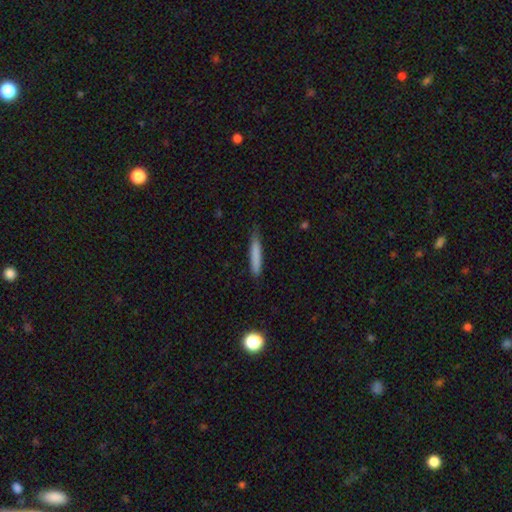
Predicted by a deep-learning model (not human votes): Morphology: type=smooth (79%); roundness=cigar-shaped (93%); merging=none (78%).